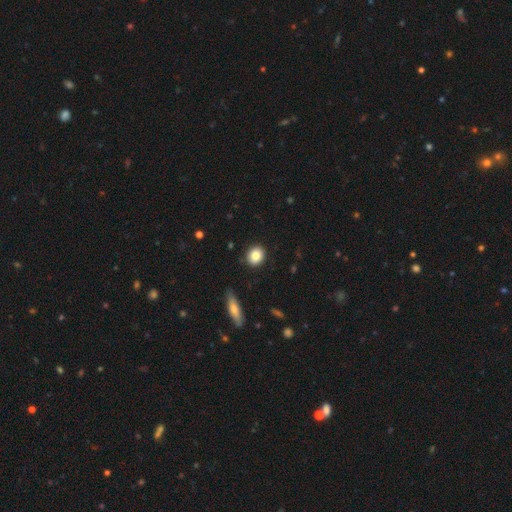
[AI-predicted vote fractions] Overall: smooth (84%). How rounded: round (69%; in between 29%). Merging: none (89%).